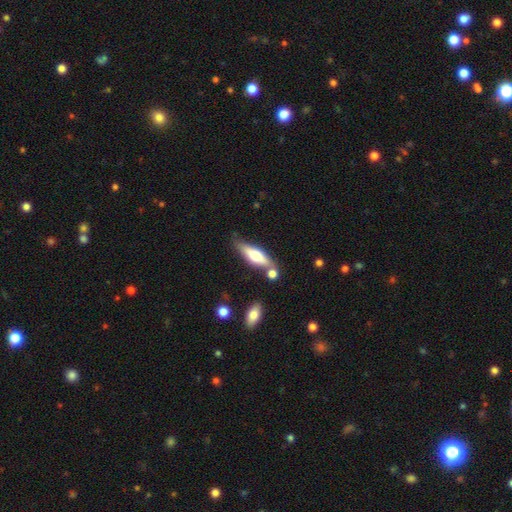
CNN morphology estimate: Smooth or featured? smooth (52%)
How rounded? cigar-shaped (54%)
Merging? none (63%)